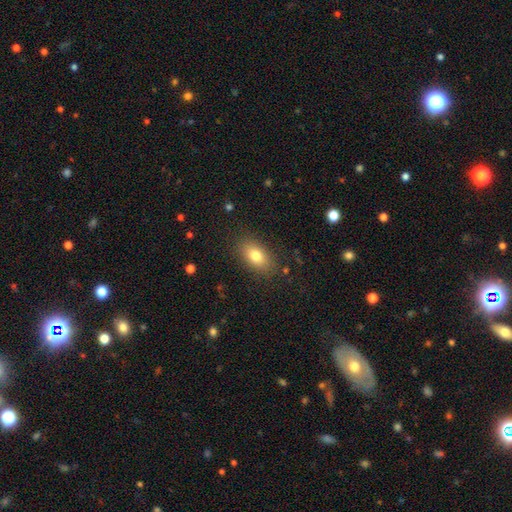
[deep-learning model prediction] Smooth or featured? smooth (79%)
How rounded? in between (87%)
Merging? none (85%)